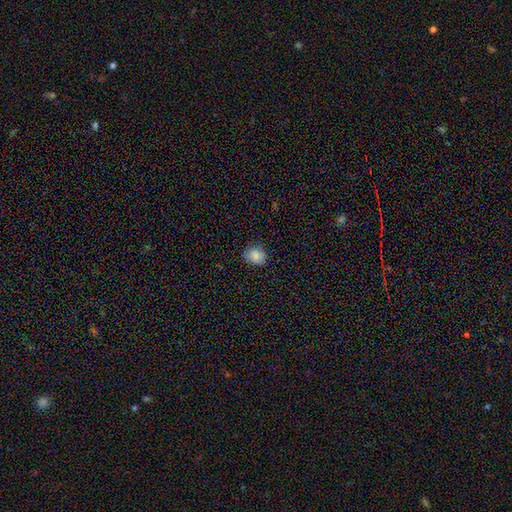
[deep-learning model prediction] smooth-or-featured: smooth: 85% | star or artifact: 9% | featured or disk: 5%
  how-rounded: round: 66% | in between: 33% | cigar-shaped: 1%
  merging: none: 77% | minor disturbance: 19% | major disturbance: 3% | merger: 1%